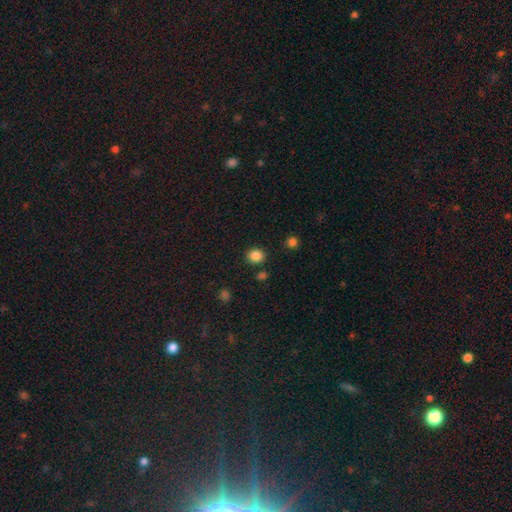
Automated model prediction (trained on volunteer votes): smooth-or-featured: smooth: 85% | star or artifact: 11% | featured or disk: 4%
  how-rounded: round: 82% | in between: 17% | cigar-shaped: 1%
  merging: none: 87% | minor disturbance: 7% | merger: 3% | major disturbance: 2%